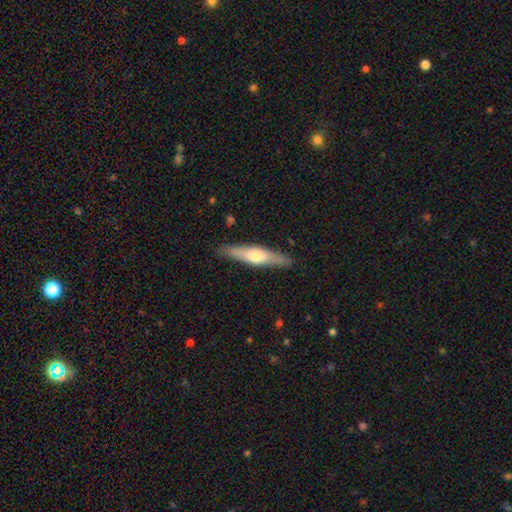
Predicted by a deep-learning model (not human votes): Smooth or featured: featured or disk — 53% (smooth — 42%)
Edge-on disk: yes — 92% (no — 8%)
Merging: none — 89% (minor disturbance — 9%)